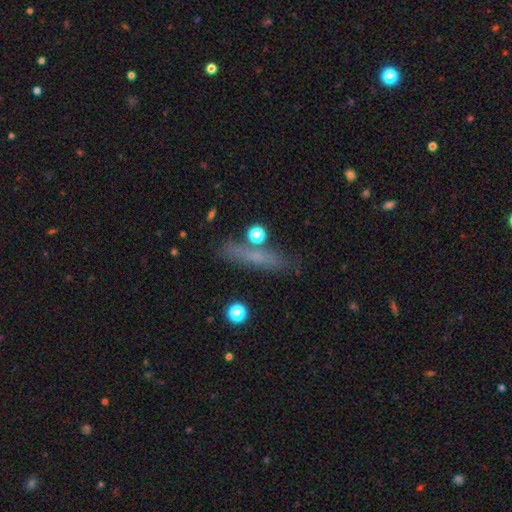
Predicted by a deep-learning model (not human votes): Morphology: type=smooth (60%); roundness=cigar-shaped (83%); merging=none (80%).